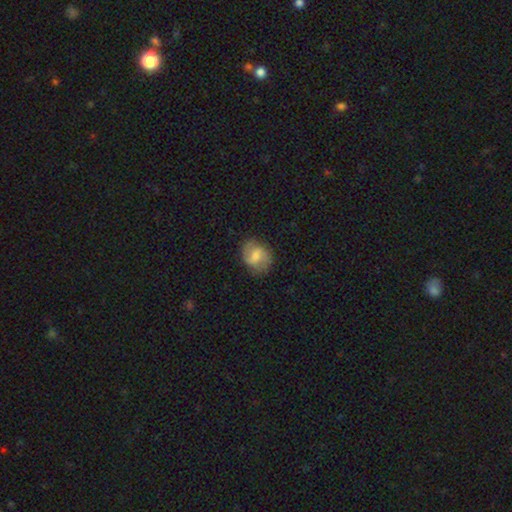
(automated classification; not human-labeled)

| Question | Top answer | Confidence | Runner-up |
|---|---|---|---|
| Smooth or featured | smooth | 51% | featured or disk (42%) |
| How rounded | round | 52% | in between (47%) |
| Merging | none | 76% | minor disturbance (17%) |